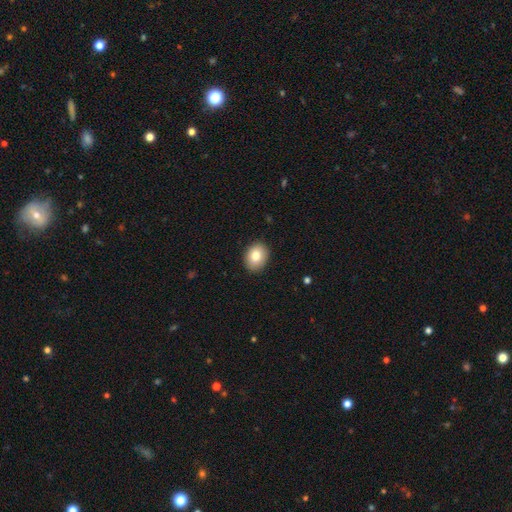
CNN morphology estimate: This appears to be a smooth galaxy with no disk features (81%) that is in between round and cigar-shaped (59%). Merging: none (89%).